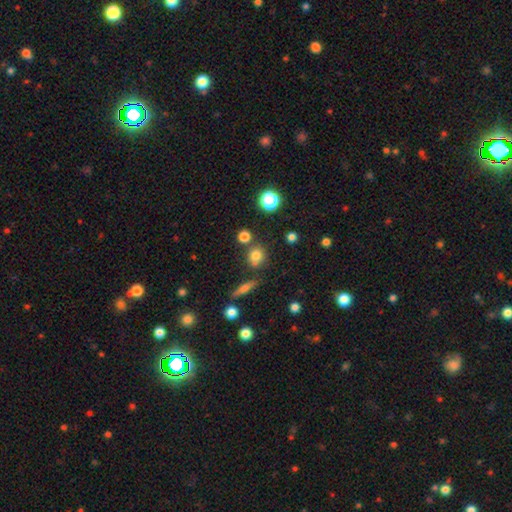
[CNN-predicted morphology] smooth_or_featured: smooth (p=0.75) [alt: star or artifact p=0.15]
how_rounded: round (p=0.82) [alt: in between p=0.15]
merging: none (p=0.71) [alt: merger p=0.14]